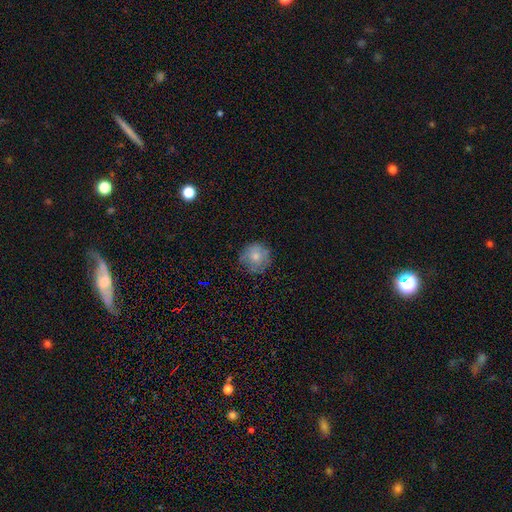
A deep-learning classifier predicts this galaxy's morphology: This is likely a smooth galaxy (73%). How rounded: clearly round (93%). Merging: likely none (77%).